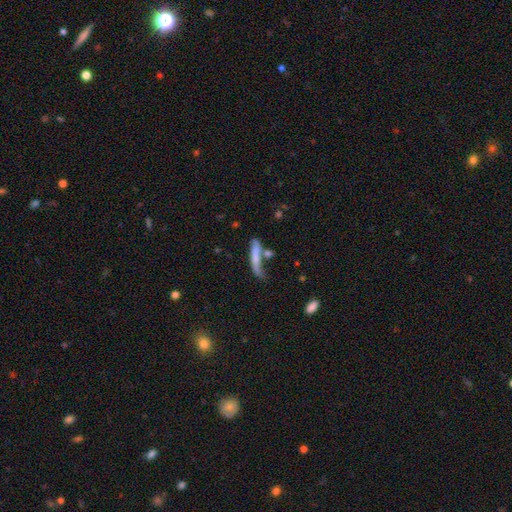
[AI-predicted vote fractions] This appears to be a smooth galaxy with no disk features (60%) that is cigar-shaped (82%). Merging: none (36%).